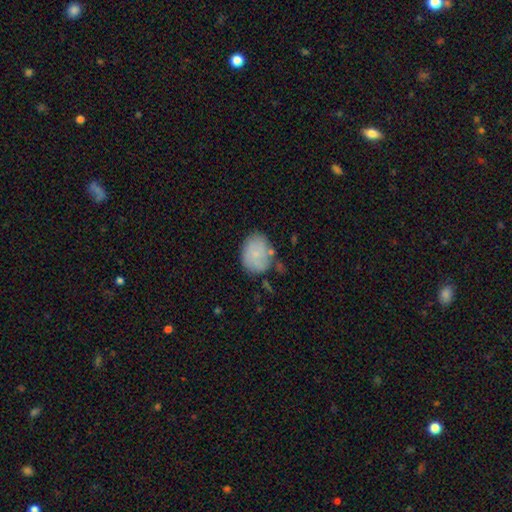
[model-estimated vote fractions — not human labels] Q: Smooth or featured?
A: smooth (77%); runner-up: featured or disk (16%)
Q: How rounded?
A: in between (62%); runner-up: round (37%)
Q: Merging?
A: none (67%); runner-up: minor disturbance (21%)